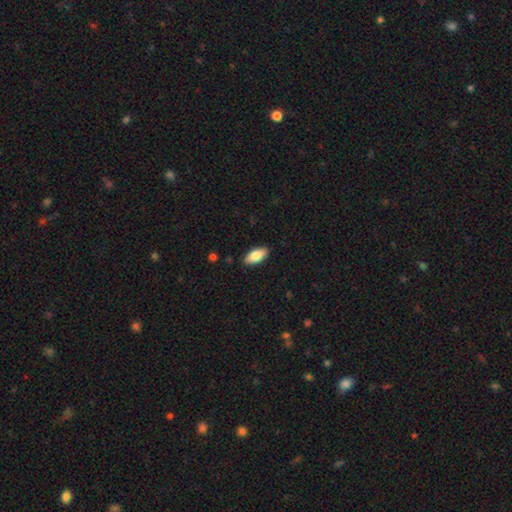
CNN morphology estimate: type=smooth (83%); roundness=in between (91%); merging=none (88%).